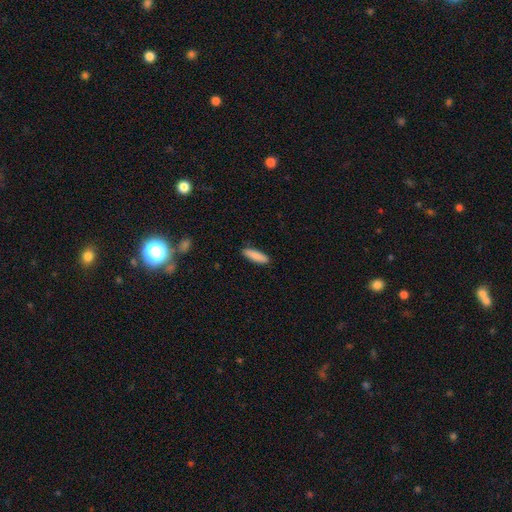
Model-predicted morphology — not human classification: Smooth or featured: smooth — 88% (featured or disk — 6%)
How rounded: cigar-shaped — 63% (in between — 35%)
Merging: none — 90% (minor disturbance — 7%)